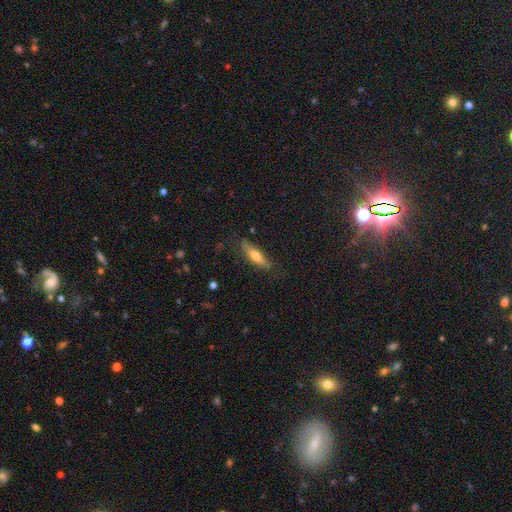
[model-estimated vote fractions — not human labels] A smooth galaxy with no disk features (55%) that is cigar-shaped (69%). Merging: none (77%).